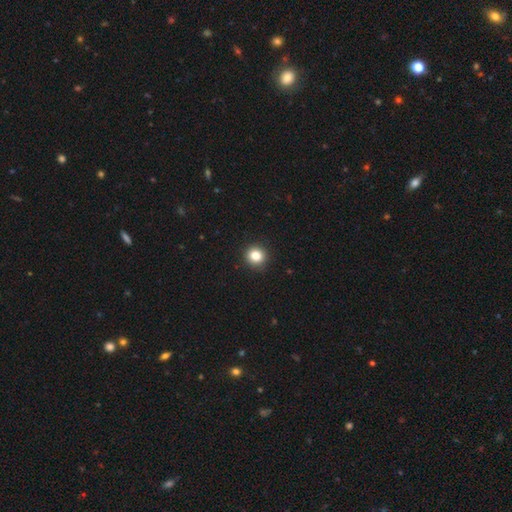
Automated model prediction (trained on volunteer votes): Q: Smooth or featured?
A: smooth (83%); runner-up: star or artifact (12%)
Q: How rounded?
A: round (89%); runner-up: in between (10%)
Q: Merging?
A: none (92%); runner-up: minor disturbance (6%)